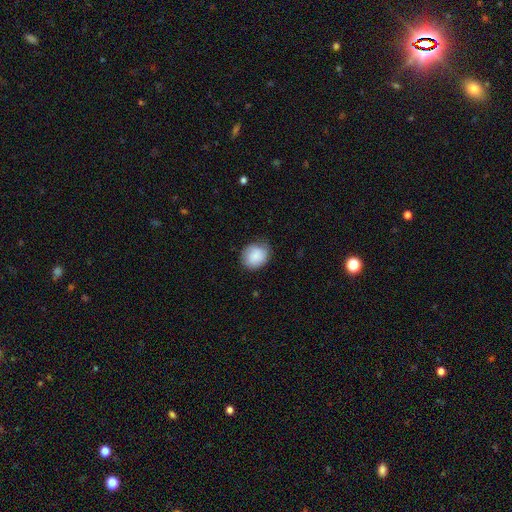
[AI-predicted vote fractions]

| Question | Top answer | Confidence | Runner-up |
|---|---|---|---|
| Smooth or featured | smooth | 83% | featured or disk (10%) |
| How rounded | round | 68% | in between (31%) |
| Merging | none | 74% | minor disturbance (21%) |